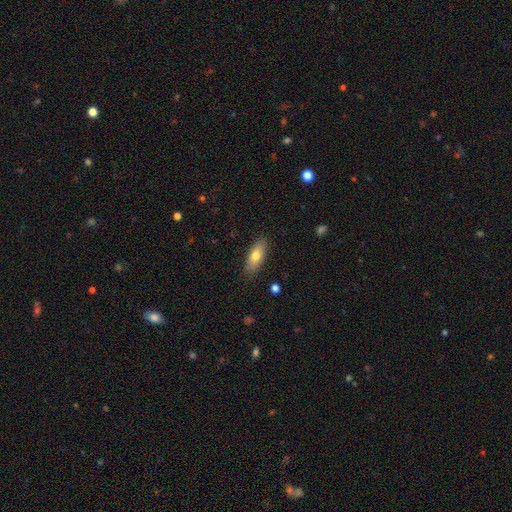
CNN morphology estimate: Smooth or featured? Predicted: smooth (p=0.74). How rounded? Predicted: in between (p=0.76). Merging? Predicted: none (p=0.85).